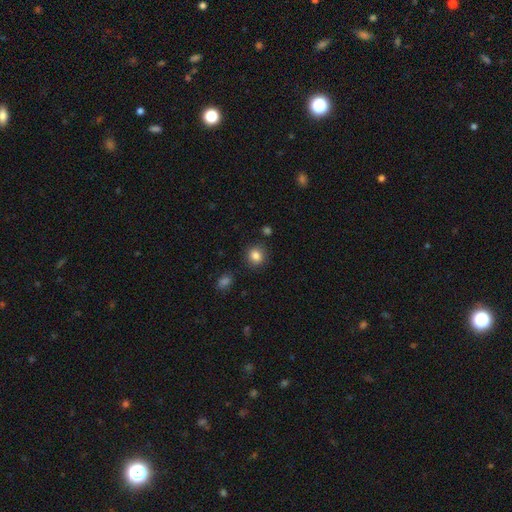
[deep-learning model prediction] Q: Smooth or featured?
A: smooth (84%); runner-up: star or artifact (11%)
Q: How rounded?
A: round (84%); runner-up: in between (15%)
Q: Merging?
A: none (87%); runner-up: minor disturbance (8%)